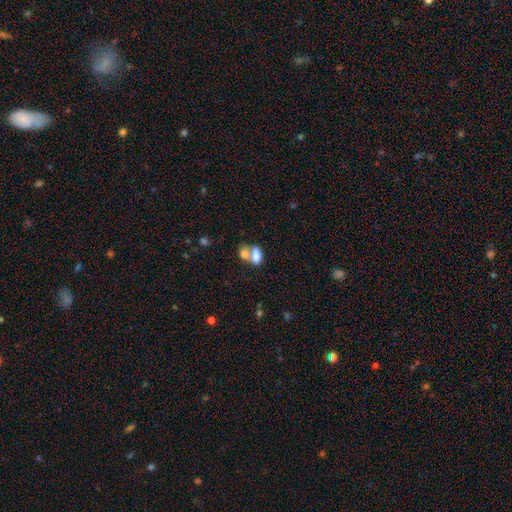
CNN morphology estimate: Overall: smooth (78%). How rounded: in between (87%). Merging: merger (61%; none 26%).